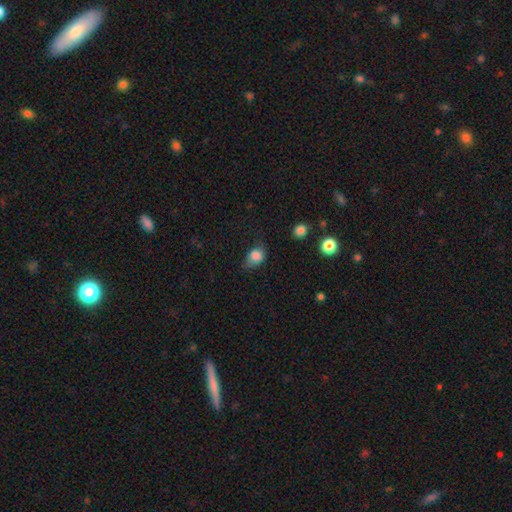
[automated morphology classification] smooth-or-featured: smooth: 81% | featured or disk: 9% | star or artifact: 9%
  how-rounded: in between: 51% | round: 48% | cigar-shaped: 1%
  merging: none: 56% | minor disturbance: 31% | major disturbance: 11% | merger: 2%